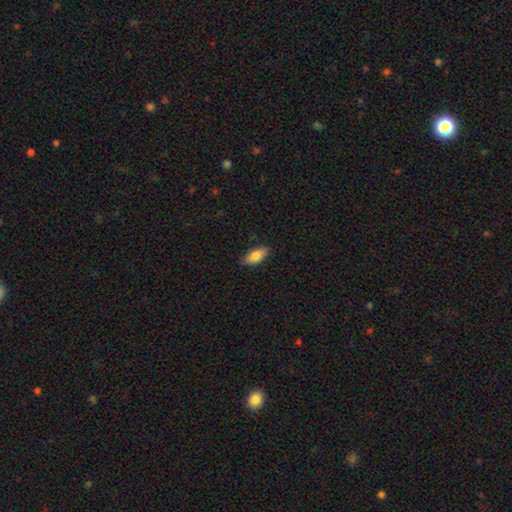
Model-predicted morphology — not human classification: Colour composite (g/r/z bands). It shows a smooth galaxy with no disk features (80%) that is in between round and cigar-shaped (85%). Merging: none (86%).